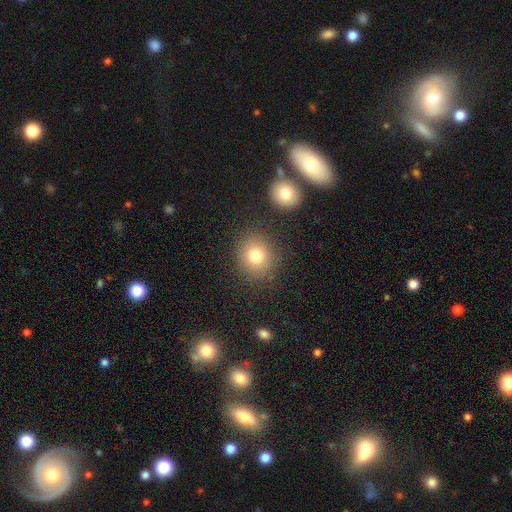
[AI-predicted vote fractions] Smooth or featured? smooth (78%)
How rounded? round (84%)
Merging? none (83%)